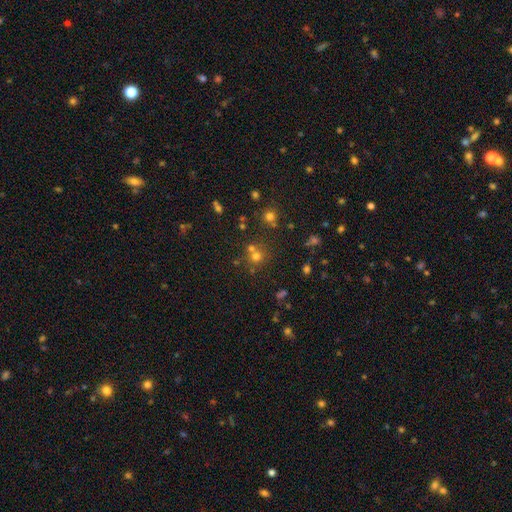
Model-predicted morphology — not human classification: smooth_or_featured: smooth (p=0.58) [alt: star or artifact p=0.32]
how_rounded: round (p=0.89) [alt: in between p=0.10]
merging: none (p=0.60) [alt: merger p=0.29]